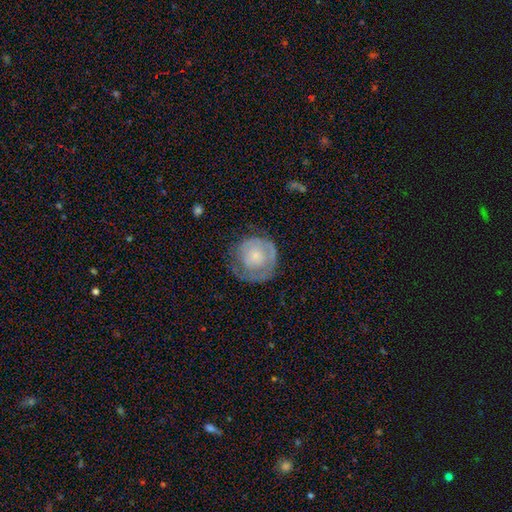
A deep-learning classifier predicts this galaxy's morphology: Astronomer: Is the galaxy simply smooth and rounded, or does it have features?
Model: smooth — 48% (runner-up: featured or disk, 46%).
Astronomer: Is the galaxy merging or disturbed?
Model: none — 57%.